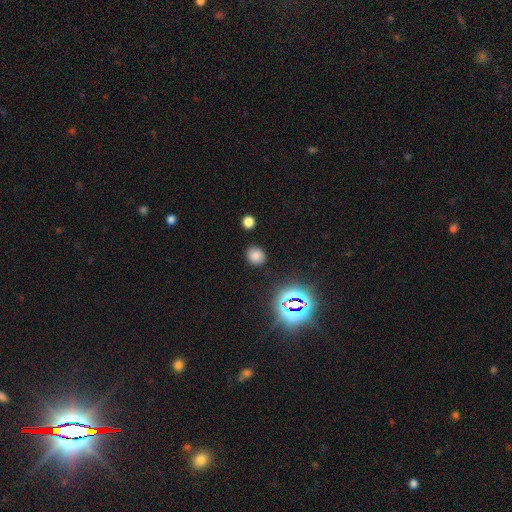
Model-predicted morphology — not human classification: This is likely a smooth galaxy (74%). How rounded: likely round (70%). Merging: clearly none (85%).